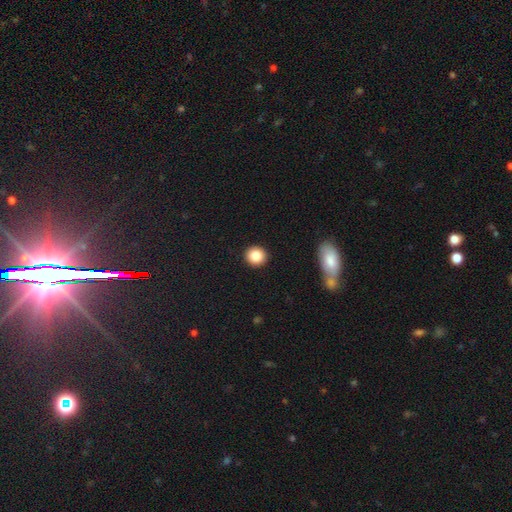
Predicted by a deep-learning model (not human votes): Q: Smooth or featured?
A: smooth (85%); runner-up: star or artifact (9%)
Q: How rounded?
A: round (90%); runner-up: in between (9%)
Q: Merging?
A: none (93%); runner-up: minor disturbance (5%)